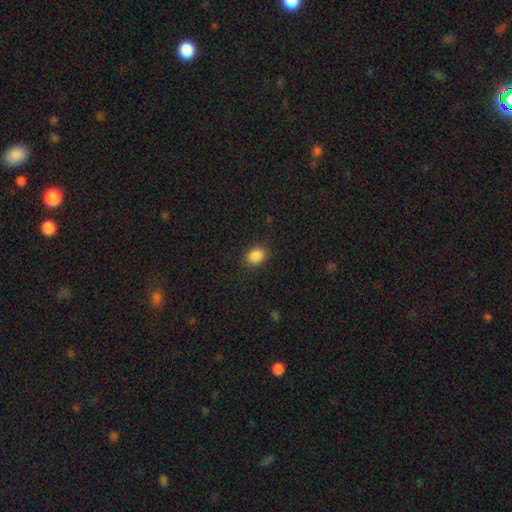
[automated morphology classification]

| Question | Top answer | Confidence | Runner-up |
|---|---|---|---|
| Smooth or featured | smooth | 87% | star or artifact (9%) |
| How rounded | in between | 62% | round (37%) |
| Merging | none | 87% | minor disturbance (9%) |